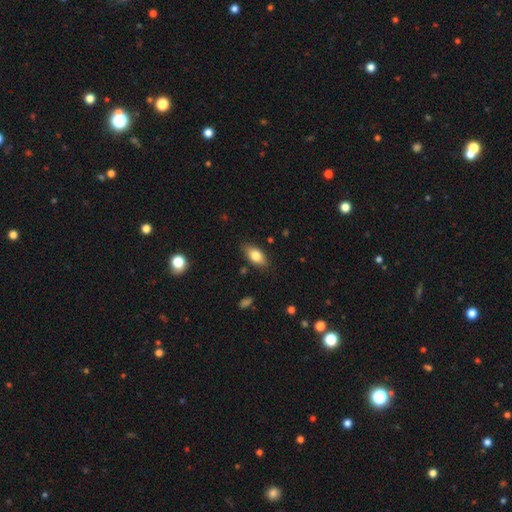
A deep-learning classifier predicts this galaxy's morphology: Smooth or featured: smooth — 79% (featured or disk — 13%)
How rounded: in between — 89% (cigar-shaped — 7%)
Merging: none — 84% (minor disturbance — 12%)